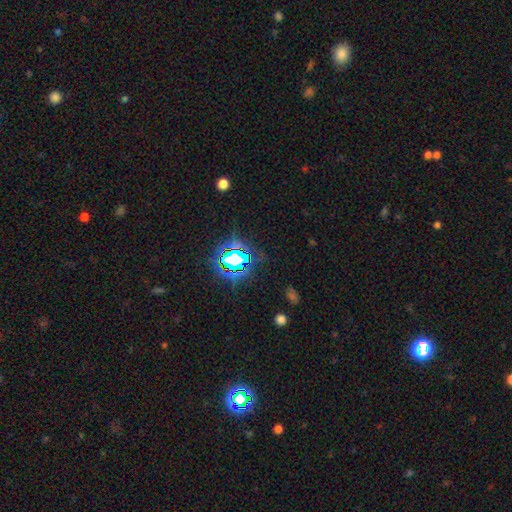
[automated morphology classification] Smooth or featured? Predicted: star or artifact (p=0.79).